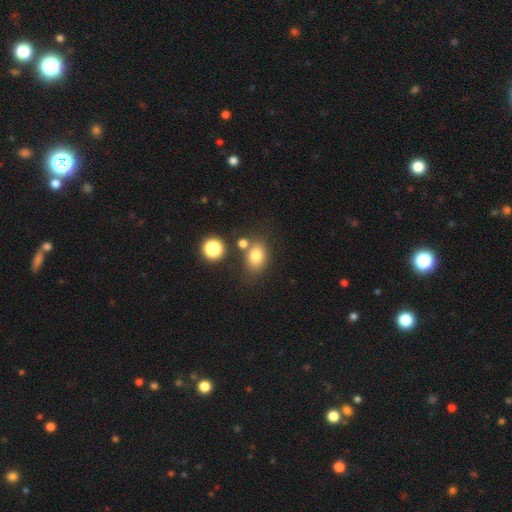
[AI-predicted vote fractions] Q: Smooth or featured?
A: smooth (78%); runner-up: star or artifact (13%)
Q: How rounded?
A: in between (66%); runner-up: round (32%)
Q: Merging?
A: none (68%); runner-up: merger (14%)